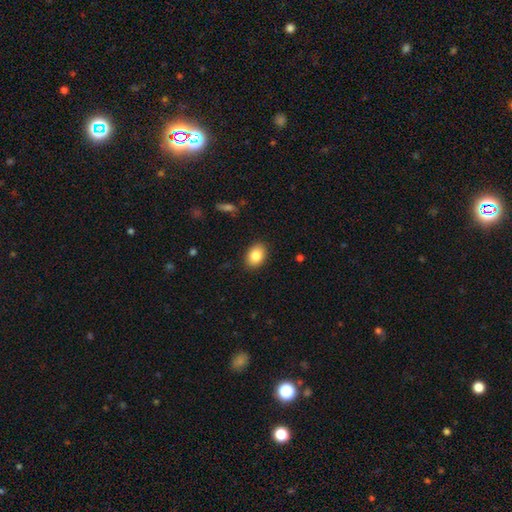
A smooth galaxy with no disk features (78%) that is in between round and cigar-shaped (83%).

Vote fractions:
- Smooth or featured? smooth: 78% / featured or disk: 19% / star or artifact: 3%
- How rounded? in between: 83% / round: 17% / cigar-shaped: 0%
- Merging? none: 89% / minor disturbance: 8% / major disturbance: 3% / merger: 0%